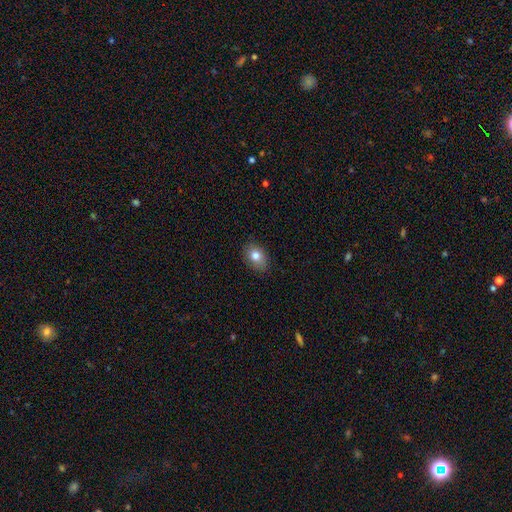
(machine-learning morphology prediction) This appears to be a smooth galaxy with no disk features (80%) that is in between round and cigar-shaped (71%). Merging: none (85%).